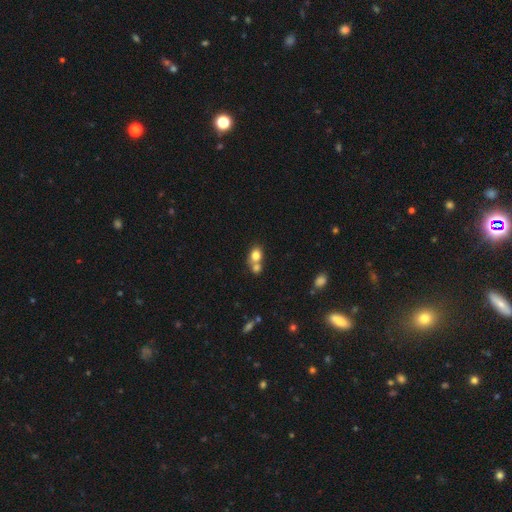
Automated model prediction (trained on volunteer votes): The model was most divided on "how rounded": round: 56%, in between: 42%, cigar-shaped: 1%. More confident: smooth or featured — smooth (78%); merging — merger (55%).